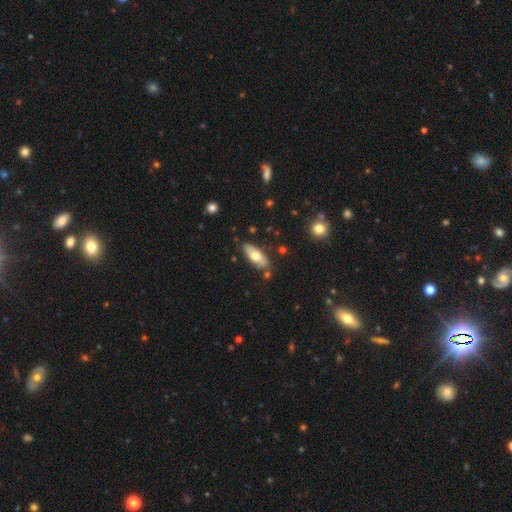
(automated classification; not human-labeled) Smooth or featured? Predicted: smooth (p=0.64). How rounded? Predicted: in between (p=0.80). Merging? Predicted: none (p=0.80).